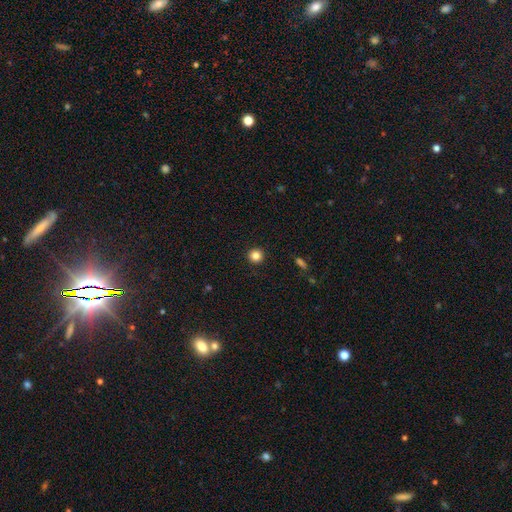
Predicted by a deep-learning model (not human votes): Morphology: type=smooth (83%); roundness=round (96%); merging=none (93%).